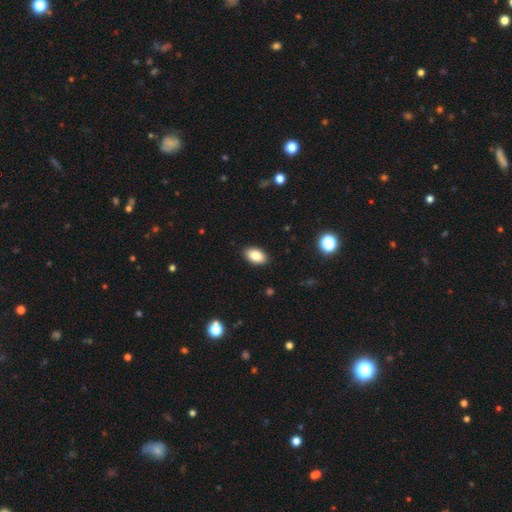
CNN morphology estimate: type=smooth (86%); roundness=in between (93%); merging=none (89%).